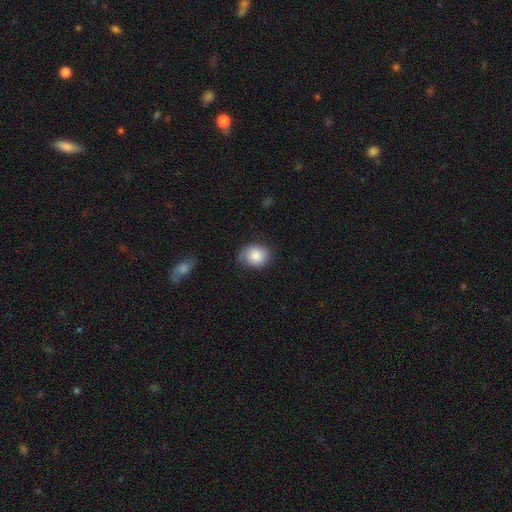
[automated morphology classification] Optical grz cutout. It shows a smooth galaxy with no disk features (82%) that is round (54%). Merging: none (69%).